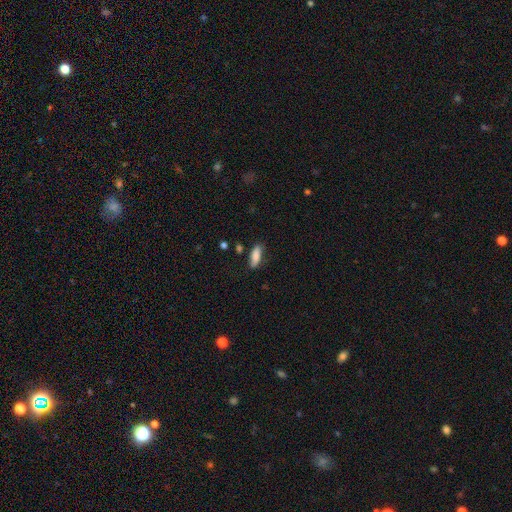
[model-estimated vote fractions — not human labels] Smooth or featured? Predicted: smooth (p=0.85). How rounded? Predicted: in between (p=0.66). Merging? Predicted: none (p=0.74).